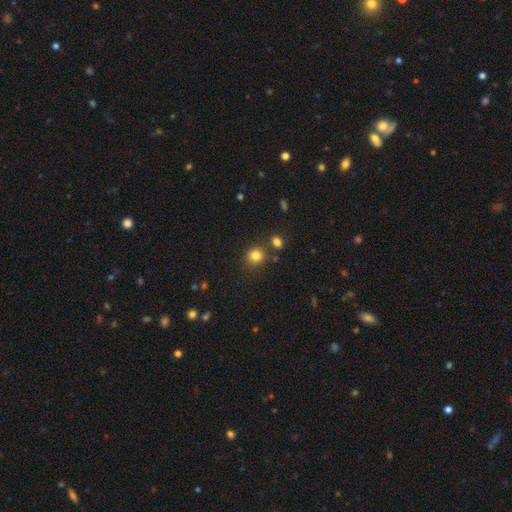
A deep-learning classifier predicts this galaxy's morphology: smooth 81%, star or artifact 13%, featured or disk 6%. Down the decision tree: how rounded — round (82%); merging — none (79%).